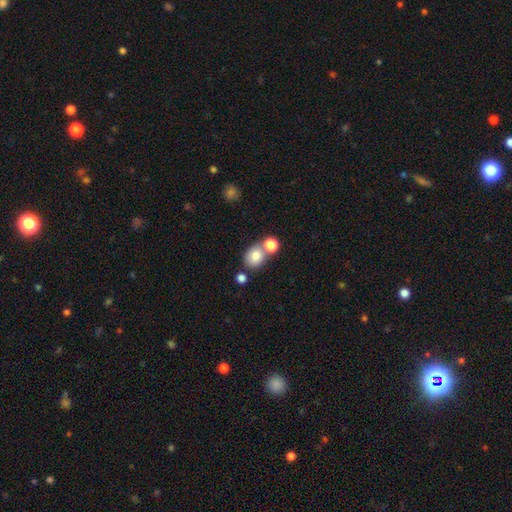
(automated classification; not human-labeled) A smooth galaxy with no disk features (80%) that is round (58%).

Vote fractions:
- Smooth or featured? smooth: 80% / star or artifact: 10% / featured or disk: 9%
- How rounded? round: 58% / in between: 41% / cigar-shaped: 1%
- Merging? none: 53% / merger: 33% / minor disturbance: 10% / major disturbance: 4%